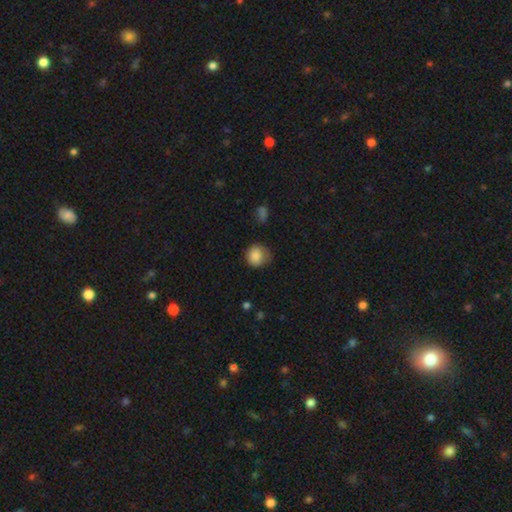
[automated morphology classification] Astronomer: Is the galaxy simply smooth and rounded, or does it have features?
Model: smooth — 85%.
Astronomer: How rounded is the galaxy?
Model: round — 87%.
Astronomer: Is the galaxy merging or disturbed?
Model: none — 69%.